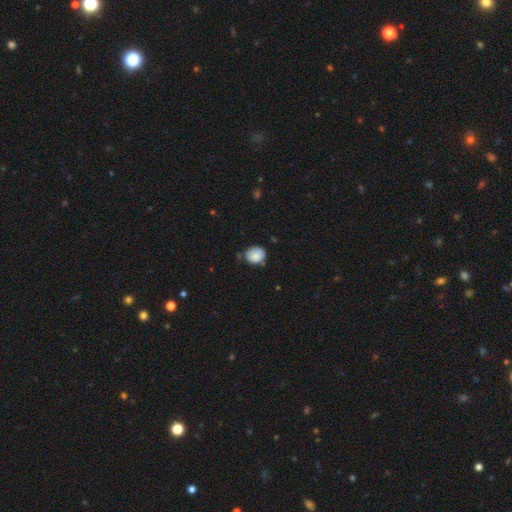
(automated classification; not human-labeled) Smooth or featured? Predicted: smooth (p=0.85). How rounded? Predicted: round (p=0.64). Merging? Predicted: none (p=0.59).